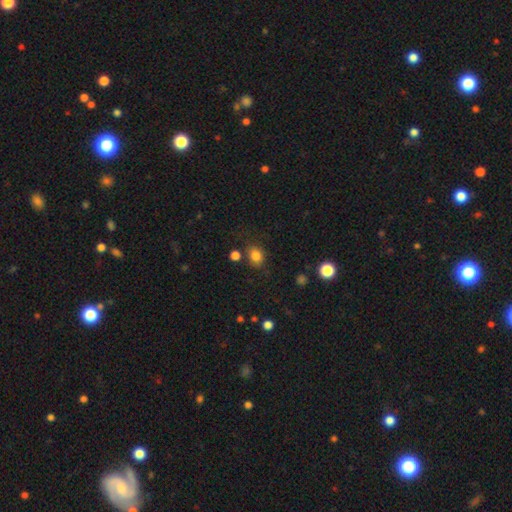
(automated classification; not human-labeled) The model was most divided on "how rounded": in between: 50%, round: 49%, cigar-shaped: 1%. More confident: smooth or featured — smooth (82%); merging — none (77%).